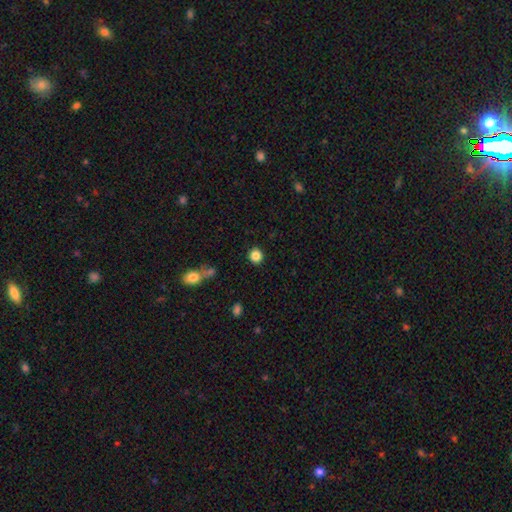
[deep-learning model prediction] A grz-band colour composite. It shows a smooth galaxy with no disk features (86%) that is round (89%). Merging: none (89%).